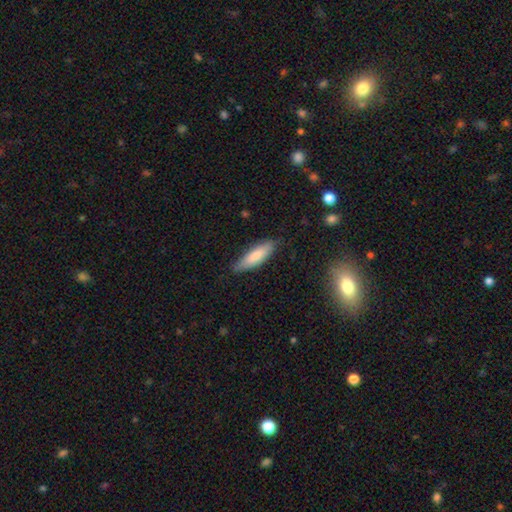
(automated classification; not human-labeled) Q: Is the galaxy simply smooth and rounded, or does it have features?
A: smooth — 80%.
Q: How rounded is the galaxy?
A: cigar-shaped — 58%.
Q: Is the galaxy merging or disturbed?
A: none — 80%.